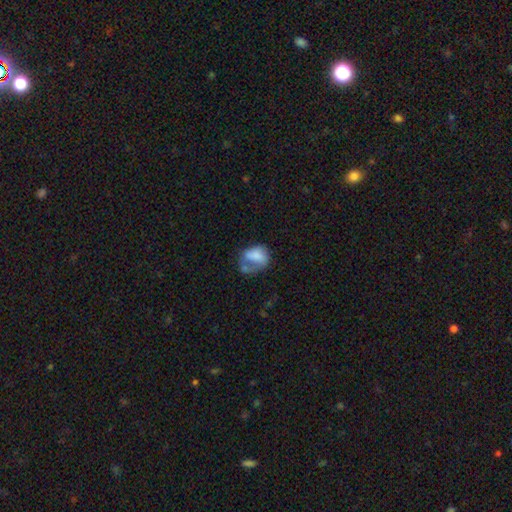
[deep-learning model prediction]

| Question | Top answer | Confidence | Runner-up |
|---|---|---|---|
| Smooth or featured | smooth | 64% | featured or disk (27%) |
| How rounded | in between | 70% | round (28%) |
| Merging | major disturbance | 33% | none (24%) |